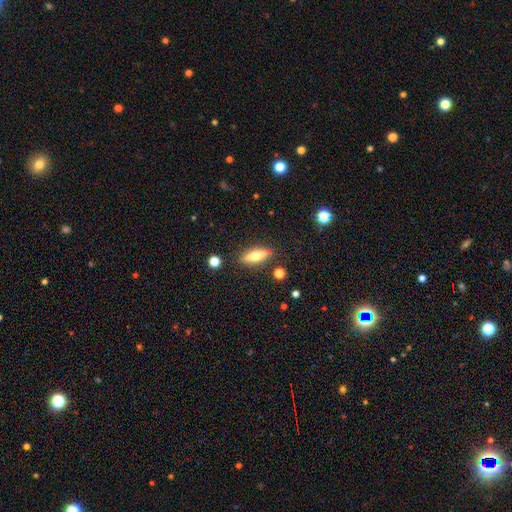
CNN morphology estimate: Overall: smooth (57%; featured or disk 36%). How rounded: in between (54%; cigar-shaped 43%). Merging: none (82%).